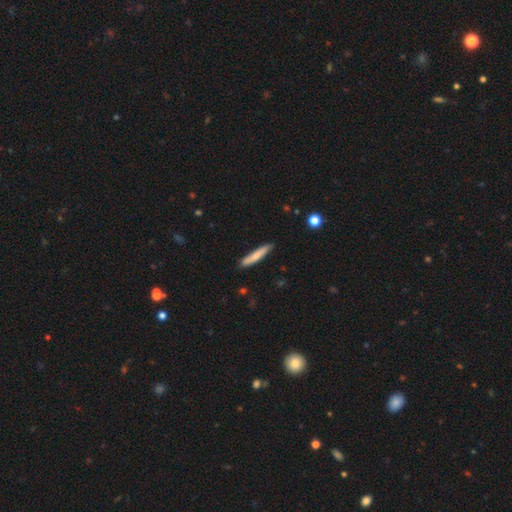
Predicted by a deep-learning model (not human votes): Smooth or featured? smooth (72%)
How rounded? cigar-shaped (92%)
Merging? none (85%)